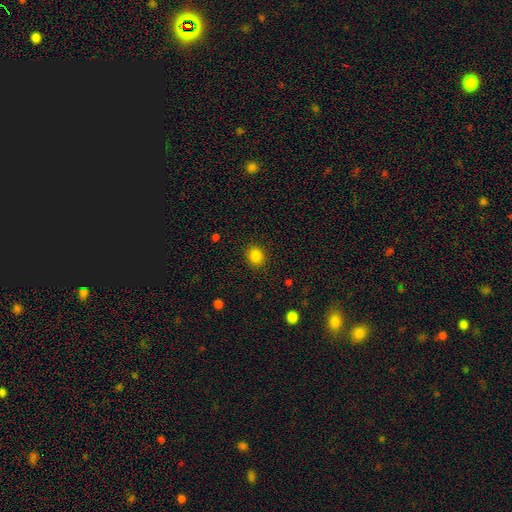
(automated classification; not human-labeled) Q: Smooth or featured?
A: smooth (85%); runner-up: star or artifact (11%)
Q: How rounded?
A: round (70%); runner-up: in between (29%)
Q: Merging?
A: none (90%); runner-up: minor disturbance (7%)